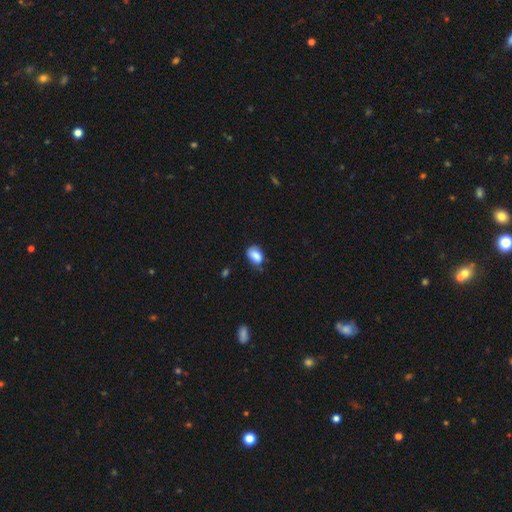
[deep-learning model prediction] The model was most divided on "merging": none: 59%, minor disturbance: 32%, major disturbance: 7%, merger: 2%. More confident: smooth or featured — smooth (85%); how rounded — in between (80%).